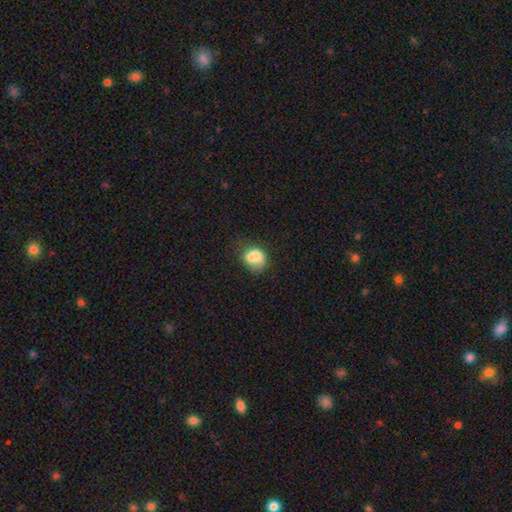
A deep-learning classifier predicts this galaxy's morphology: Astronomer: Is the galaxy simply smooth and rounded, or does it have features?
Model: smooth — 74%.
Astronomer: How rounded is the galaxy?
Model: round — 50% (runner-up: in between, 49%).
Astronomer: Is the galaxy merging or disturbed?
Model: none — 35% (runner-up: minor disturbance, 26%).